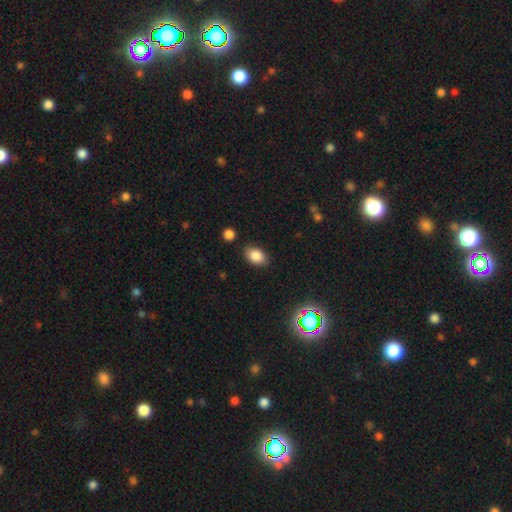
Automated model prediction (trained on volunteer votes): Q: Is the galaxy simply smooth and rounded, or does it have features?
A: smooth — 85%.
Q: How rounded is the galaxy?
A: in between — 86%.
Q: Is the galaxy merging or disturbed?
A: none — 83%.